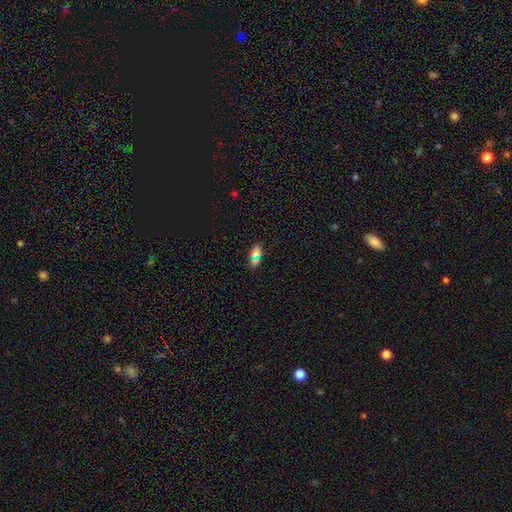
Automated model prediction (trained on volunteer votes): Smooth or featured? Predicted: smooth (p=0.68). How rounded? Predicted: in between (p=0.84). Merging? Predicted: none (p=0.80).